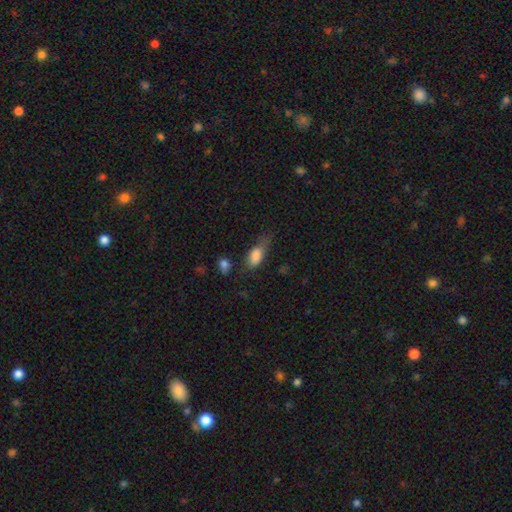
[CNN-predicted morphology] A smooth galaxy with no disk features (79%) that is in between round and cigar-shaped (82%). Merging: none (38%).